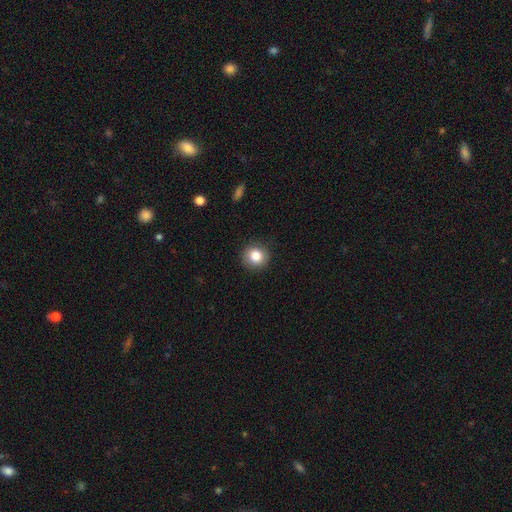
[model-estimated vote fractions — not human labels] Smooth or featured: smooth — 83% (star or artifact — 10%)
How rounded: round — 91% (in between — 8%)
Merging: none — 90% (minor disturbance — 7%)